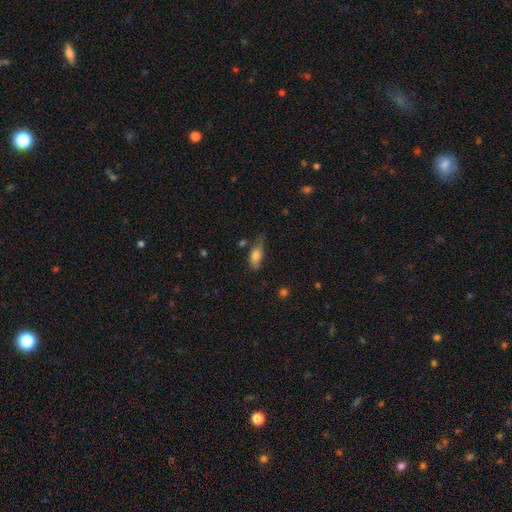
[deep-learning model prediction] Smooth or featured? Predicted: smooth (p=0.74). How rounded? Predicted: in between (p=0.77). Merging? Predicted: none (p=0.43).